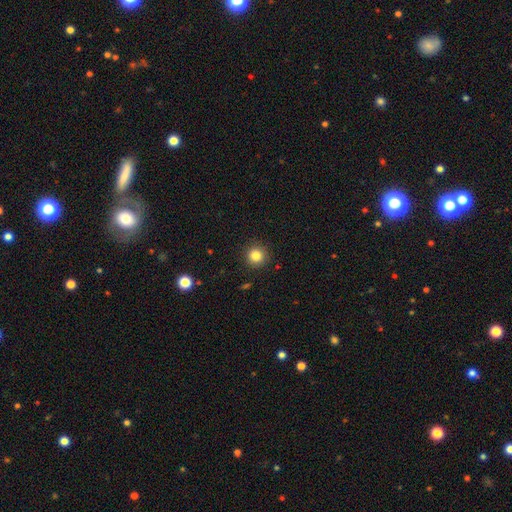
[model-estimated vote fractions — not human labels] Smooth or featured: smooth — 84% (star or artifact — 11%)
How rounded: round — 95% (in between — 4%)
Merging: none — 91% (minor disturbance — 6%)